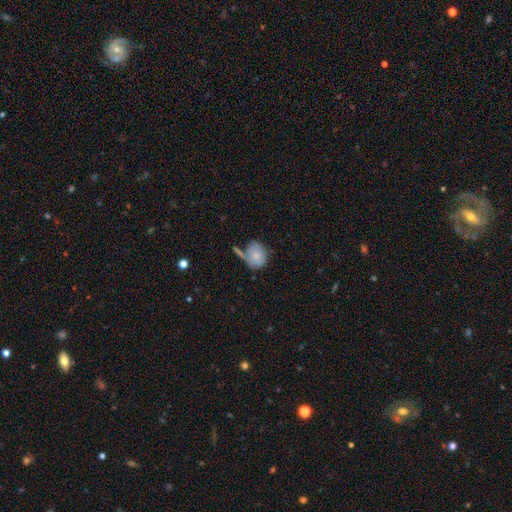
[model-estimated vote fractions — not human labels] Smooth or featured? smooth (72%)
How rounded? round (61%)
Merging? none (44%)